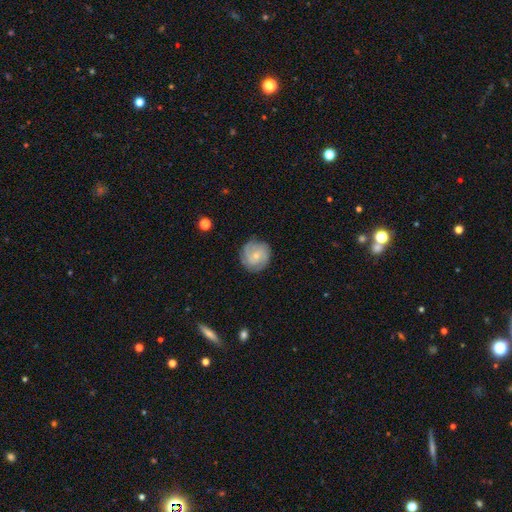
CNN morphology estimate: This is likely a featured or disk galaxy (61%). It is clearly not viewed edge-on (98%). Bar: likely no (71%). Spiral arm pattern: clearly yes (88%). Spiral arm count: marginally 2 (30%). Spiral winding: possibly tight (55%). Central bulge: likely small (70%). Merging: clearly none (81%).